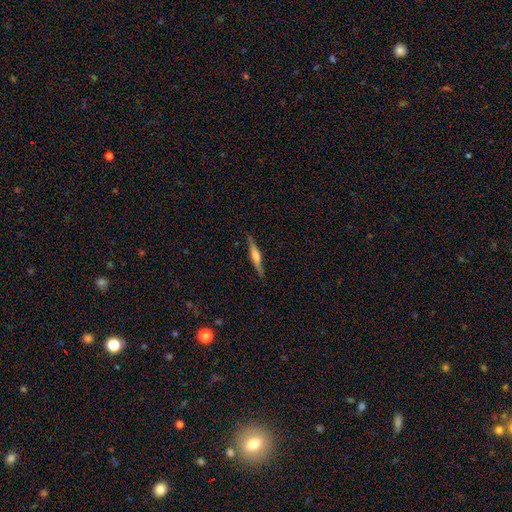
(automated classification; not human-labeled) featured or disk 63%, smooth 31%, star or artifact 6%. Down the decision tree: edge-on disk — yes (97%); edge-on bulge — rounded (72%); merging — none (87%).